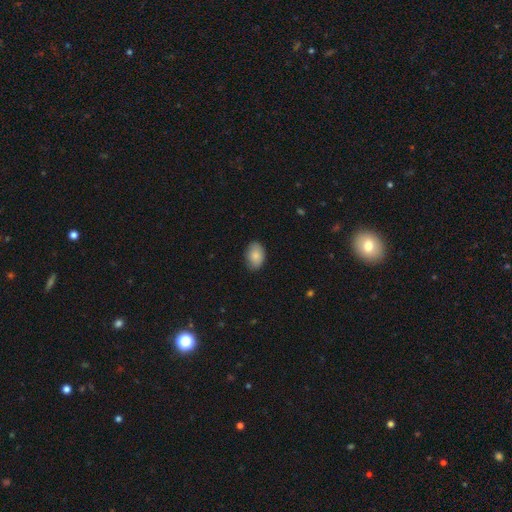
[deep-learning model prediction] A smooth galaxy with no disk features (83%) that is in between round and cigar-shaped (82%). Merging: none (80%).